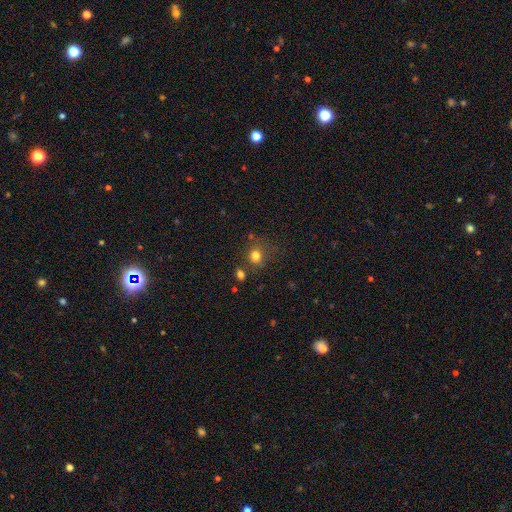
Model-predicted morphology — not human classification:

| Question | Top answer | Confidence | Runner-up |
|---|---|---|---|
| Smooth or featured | smooth | 78% | star or artifact (14%) |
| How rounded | round | 75% | in between (24%) |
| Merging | none | 65% | minor disturbance (17%) |